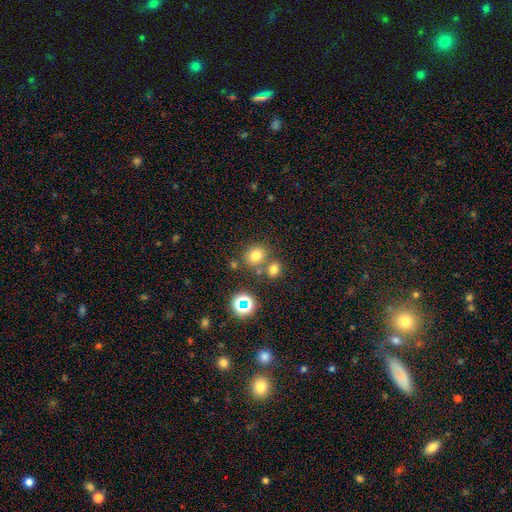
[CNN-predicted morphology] This is likely a smooth galaxy (73%). How rounded: likely round (75%). Merging: likely none (68%).